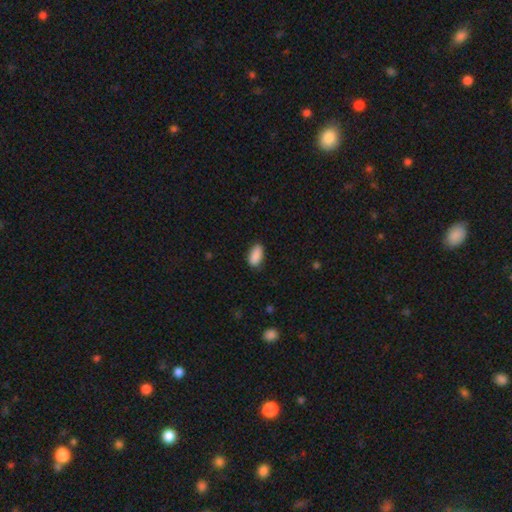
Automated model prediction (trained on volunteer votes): This appears to be a smooth galaxy with no disk features (89%) that is in between round and cigar-shaped (89%). Merging: none (83%).